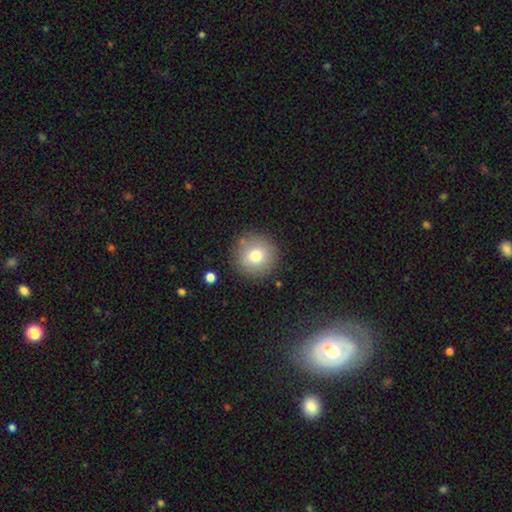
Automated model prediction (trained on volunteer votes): This is likely a smooth galaxy (76%). How rounded: clearly round (95%). Merging: clearly none (87%).